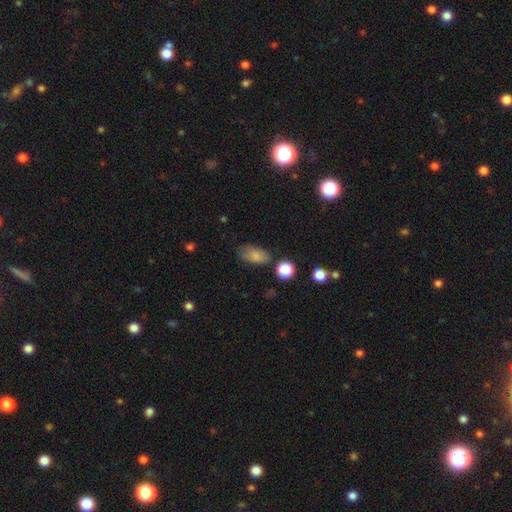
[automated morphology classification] This appears to be a smooth galaxy with no disk features (82%) that is in between round and cigar-shaped (90%). Merging: none (71%).